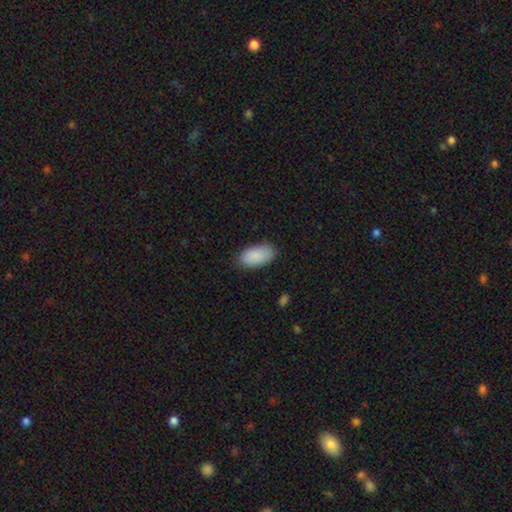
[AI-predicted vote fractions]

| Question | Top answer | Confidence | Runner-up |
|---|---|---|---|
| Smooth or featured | smooth | 90% | star or artifact (6%) |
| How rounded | in between | 94% | cigar-shaped (3%) |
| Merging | none | 84% | minor disturbance (13%) |